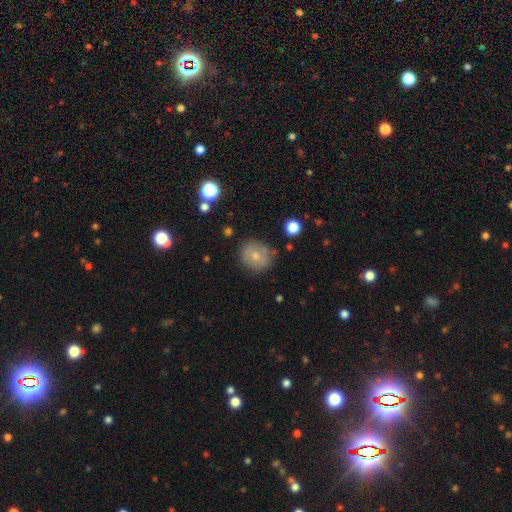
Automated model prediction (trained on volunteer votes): smooth_or_featured: smooth (p=0.69) [alt: featured or disk p=0.21]
how_rounded: round (p=0.85) [alt: in between p=0.14]
merging: none (p=0.76) [alt: minor disturbance p=0.16]